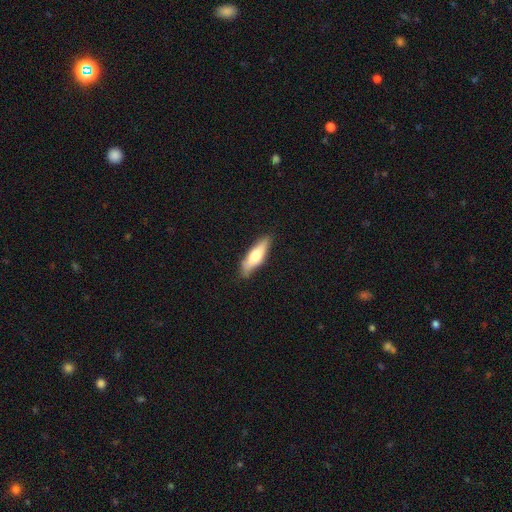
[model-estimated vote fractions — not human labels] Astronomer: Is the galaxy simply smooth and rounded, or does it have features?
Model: smooth — 61%.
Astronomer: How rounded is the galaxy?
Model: cigar-shaped — 51% (runner-up: in between, 47%).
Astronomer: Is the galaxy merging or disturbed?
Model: none — 80%.